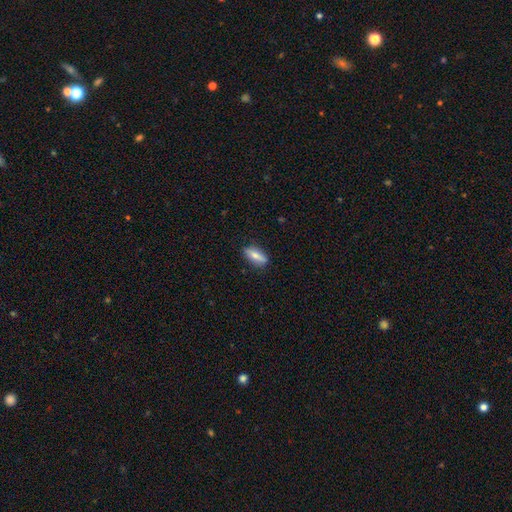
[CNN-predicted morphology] Smooth or featured? smooth (65%)
How rounded? in between (63%)
Merging? none (83%)